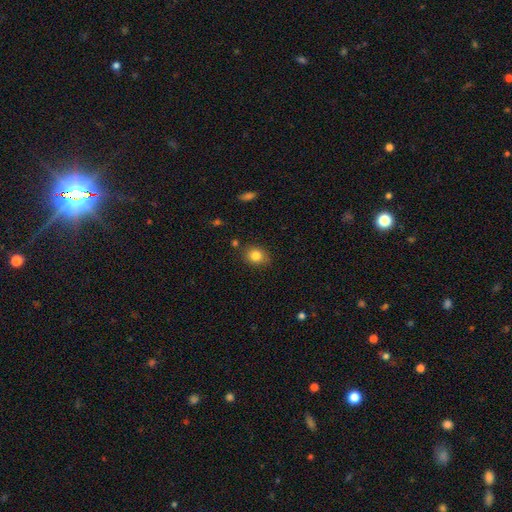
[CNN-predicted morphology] smooth-or-featured: smooth: 83% | star or artifact: 10% | featured or disk: 7%
  how-rounded: round: 58% | in between: 41% | cigar-shaped: 1%
  merging: none: 80% | minor disturbance: 14% | merger: 3% | major disturbance: 3%